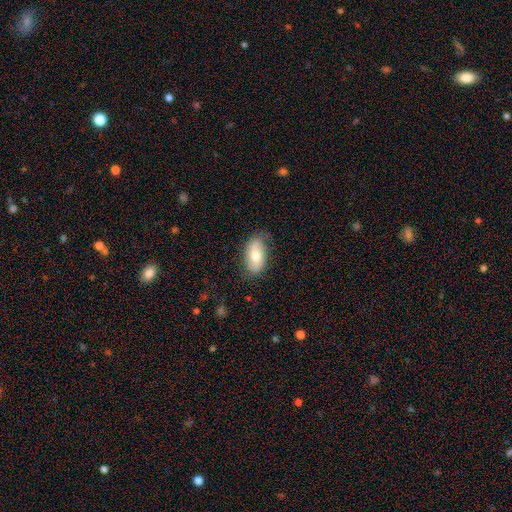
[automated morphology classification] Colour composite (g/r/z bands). It shows a smooth galaxy with no disk features (65%) that is in between round and cigar-shaped (92%). Merging: none (70%).